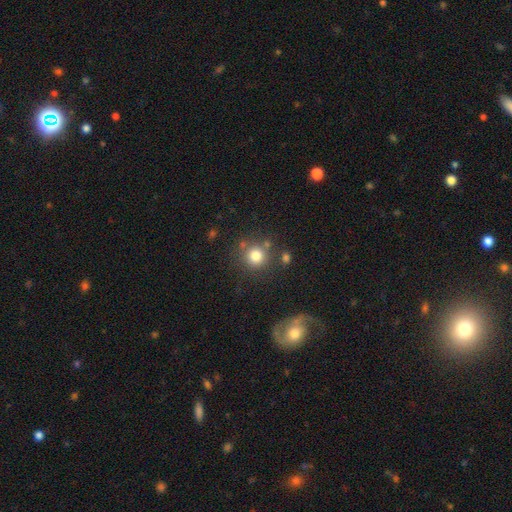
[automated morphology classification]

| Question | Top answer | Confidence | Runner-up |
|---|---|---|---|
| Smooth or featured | smooth | 79% | star or artifact (13%) |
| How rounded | round | 92% | in between (7%) |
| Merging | none | 76% | minor disturbance (10%) |